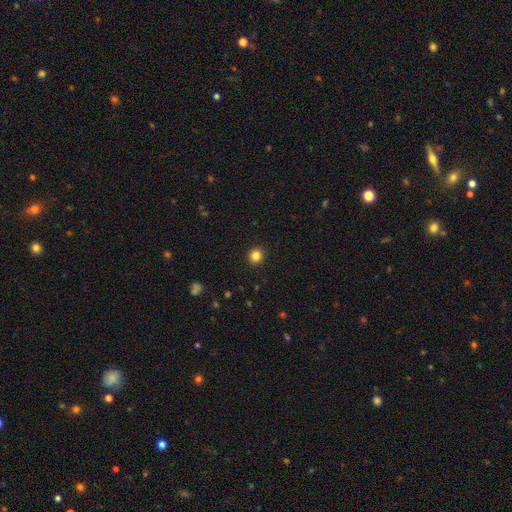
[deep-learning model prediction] A smooth galaxy with no disk features (84%) that is round (92%).

Vote fractions:
- Smooth or featured? smooth: 84% / star or artifact: 12% / featured or disk: 4%
- How rounded? round: 92% / in between: 7% / cigar-shaped: 1%
- Merging? none: 93% / minor disturbance: 4% / major disturbance: 2% / merger: 1%